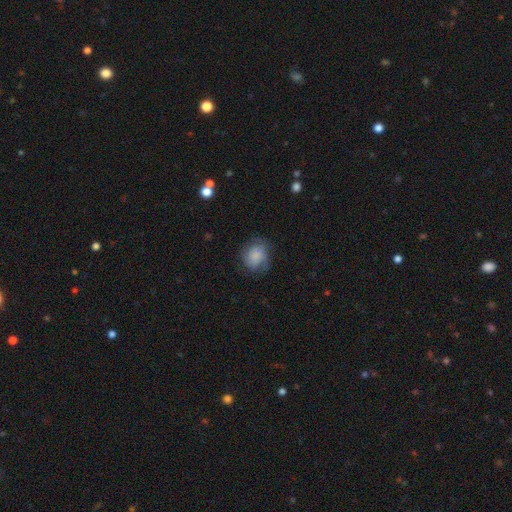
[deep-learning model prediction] Smooth or featured?
  - smooth: 74% *
  - featured or disk: 18%
  - star or artifact: 8%
How rounded?
  - round: 63% *
  - in between: 36%
  - cigar-shaped: 1%
Merging?
  - none: 62% *
  - minor disturbance: 24%
  - major disturbance: 12%
  - merger: 1%